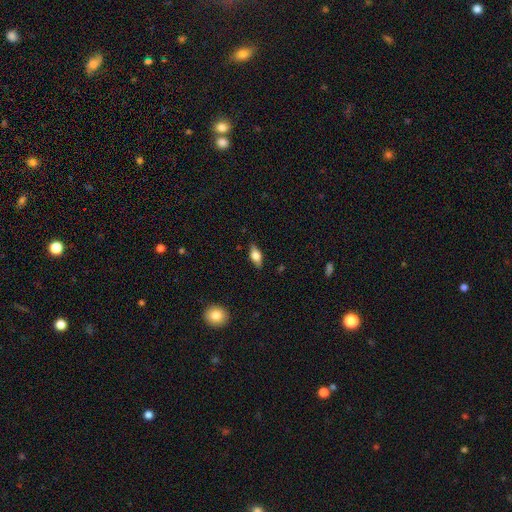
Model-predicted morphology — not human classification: This appears to be a smooth galaxy with no disk features (64%) that is in between round and cigar-shaped (81%). Merging: none (83%).